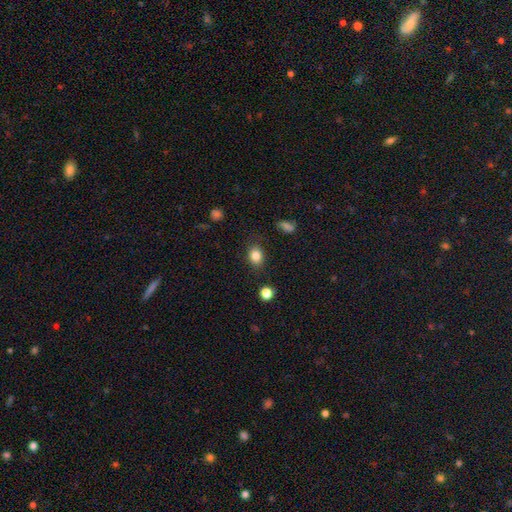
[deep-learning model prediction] smooth_or_featured: smooth (p=0.83) [alt: star or artifact p=0.11]
how_rounded: in between (p=0.55) [alt: round p=0.44]
merging: none (p=0.83) [alt: minor disturbance p=0.11]